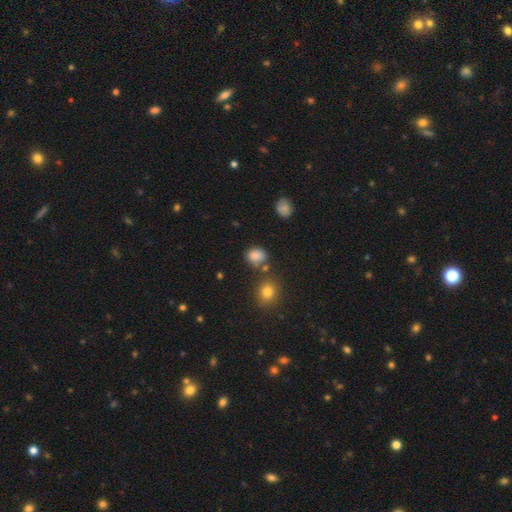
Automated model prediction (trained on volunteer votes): Q: Smooth or featured?
A: smooth (82%); runner-up: star or artifact (13%)
Q: How rounded?
A: round (56%); runner-up: in between (43%)
Q: Merging?
A: none (65%); runner-up: minor disturbance (18%)